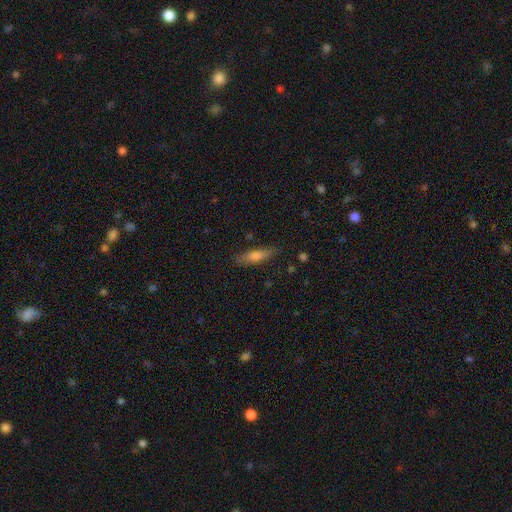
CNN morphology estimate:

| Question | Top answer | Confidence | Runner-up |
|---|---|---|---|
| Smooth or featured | smooth | 66% | featured or disk (26%) |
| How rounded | cigar-shaped | 67% | in between (31%) |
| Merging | none | 84% | minor disturbance (12%) |